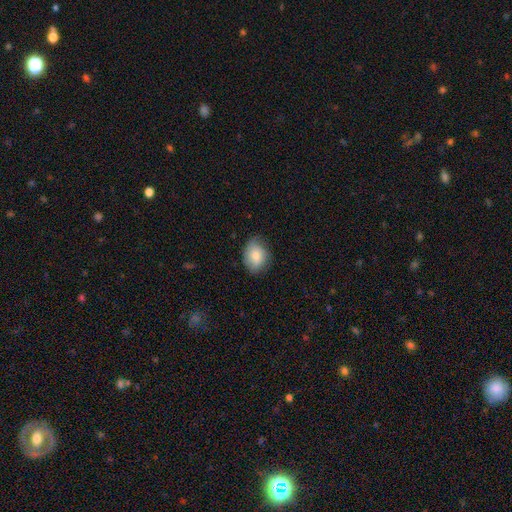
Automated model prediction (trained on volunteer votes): Q: Smooth or featured?
A: smooth (78%); runner-up: featured or disk (15%)
Q: How rounded?
A: in between (62%); runner-up: round (37%)
Q: Merging?
A: none (68%); runner-up: minor disturbance (26%)